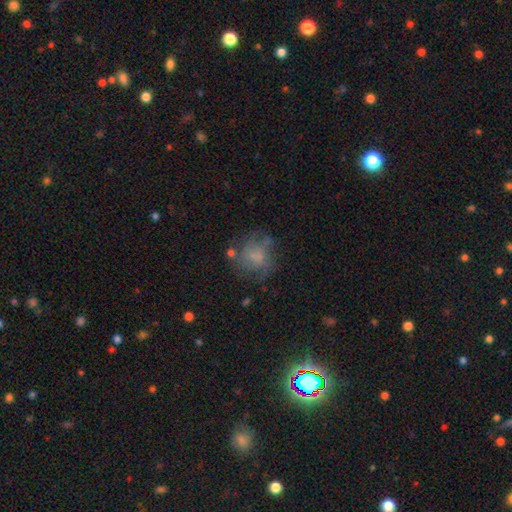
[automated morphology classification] This is possibly a smooth galaxy (50%). Merging: possibly none (52%).